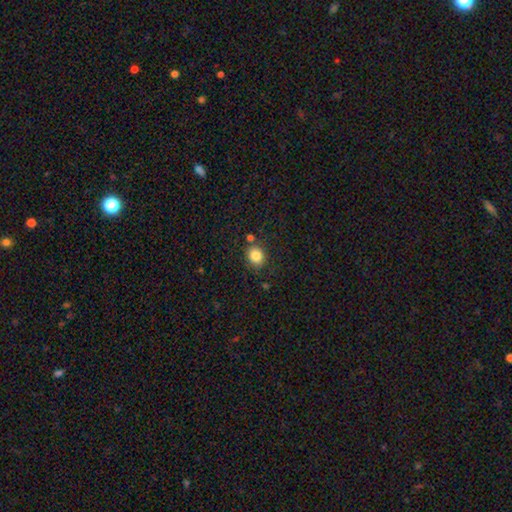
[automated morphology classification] This appears to be a smooth galaxy with no disk features (84%) that is round (60%). Merging: none (79%).